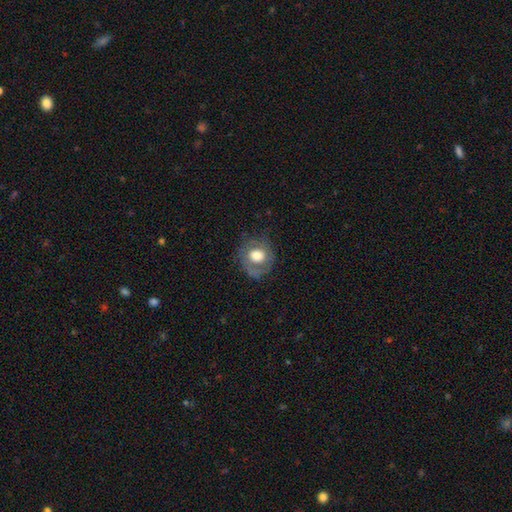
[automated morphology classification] smooth_or_featured: smooth (p=0.58) [alt: featured or disk p=0.34]
how_rounded: round (p=0.82) [alt: in between p=0.17]
merging: none (p=0.65) [alt: minor disturbance p=0.21]